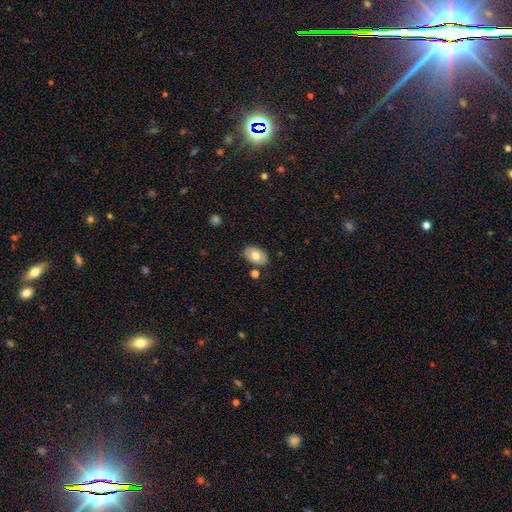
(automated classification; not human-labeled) Smooth or featured? smooth (69%)
How rounded? in between (86%)
Merging? none (81%)